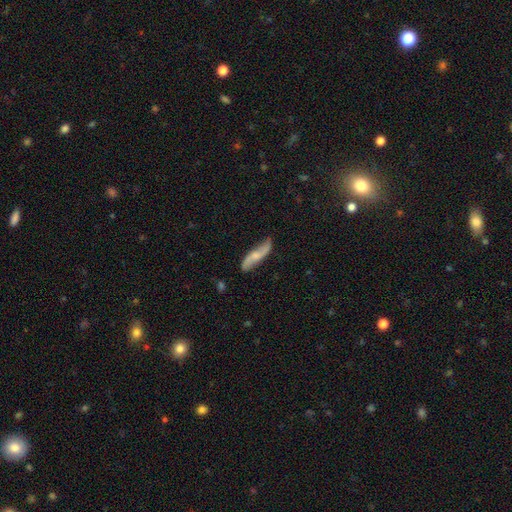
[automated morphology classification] Q: Smooth or featured?
A: featured or disk (56%); runner-up: smooth (38%)
Q: Edge-on disk?
A: no (74%); runner-up: yes (26%)
Q: Merging?
A: none (75%); runner-up: minor disturbance (19%)